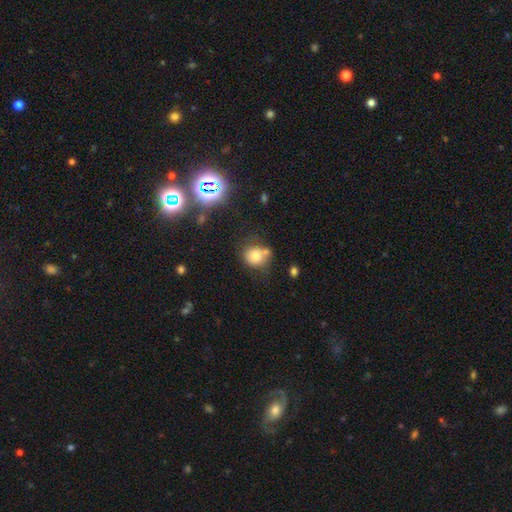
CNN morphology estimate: smooth-or-featured: smooth: 77% | star or artifact: 13% | featured or disk: 10%
  how-rounded: round: 76% | in between: 23% | cigar-shaped: 1%
  merging: none: 55% | merger: 21% | minor disturbance: 18% | major disturbance: 6%